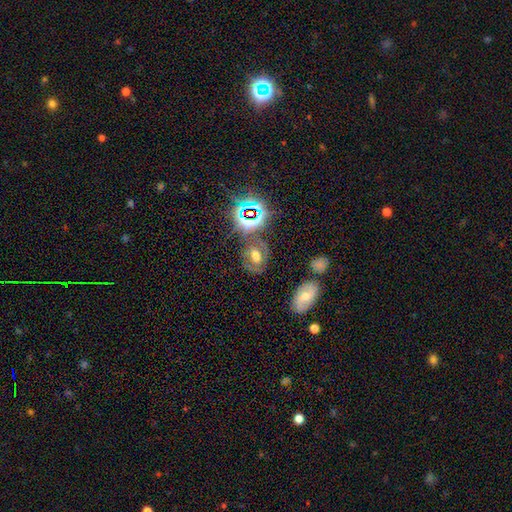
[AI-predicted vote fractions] This is marginally a featured or disk galaxy (40%). Merging: likely none (67%).